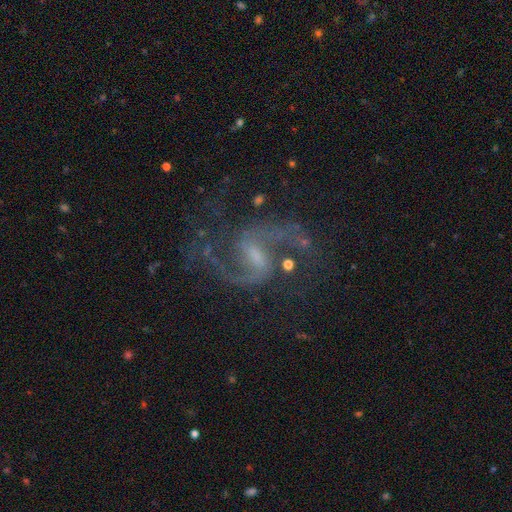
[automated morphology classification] Smooth or featured? Predicted: featured or disk (p=0.91). Edge-on disk? Predicted: no (p=0.98). Bar? Predicted: weak (p=0.59). Spiral arms? Predicted: yes (p=0.98). Spiral winding? Predicted: medium (p=0.53). Spiral arm count? Predicted: 2 (p=0.93). Bulge size? Predicted: small (p=0.45). Merging? Predicted: none (p=0.72).